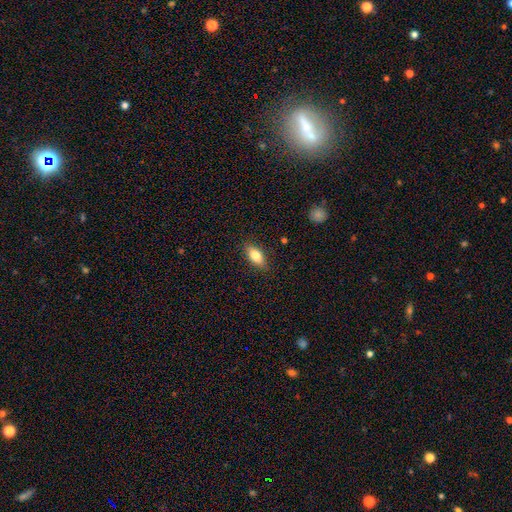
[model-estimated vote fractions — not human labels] Overall: smooth (81%). How rounded: in between (83%). Merging: none (86%).